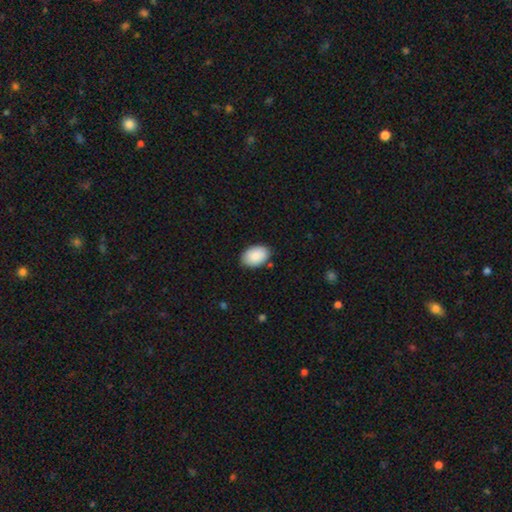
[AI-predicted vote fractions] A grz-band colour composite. It shows a smooth galaxy with no disk features (89%) that is in between round and cigar-shaped (89%). Merging: none (84%).